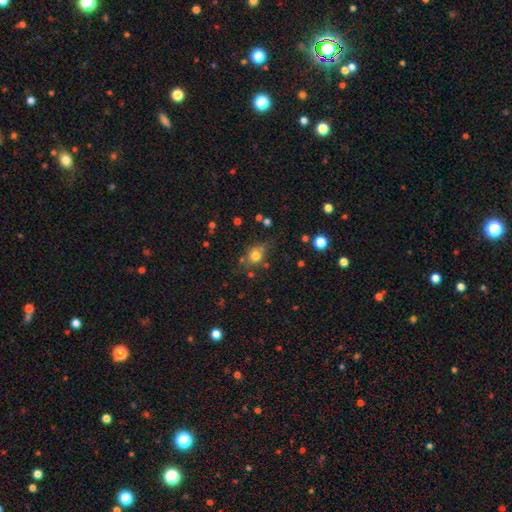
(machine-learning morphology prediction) This appears to be a smooth galaxy with no disk features (75%) that is round (71%). Merging: none (61%).